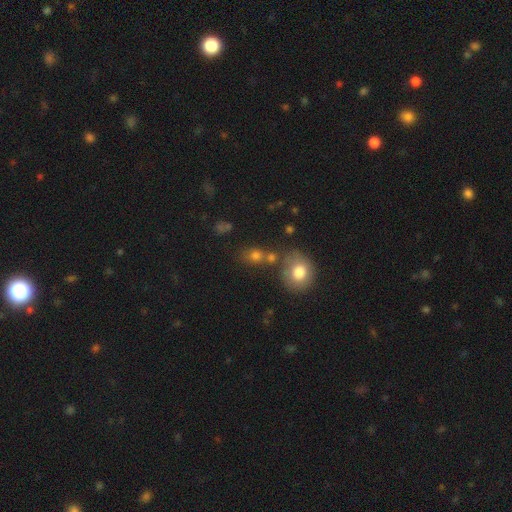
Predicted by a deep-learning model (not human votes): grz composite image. It shows a smooth galaxy with no disk features (74%) that is round (61%). Merging: none (55%).